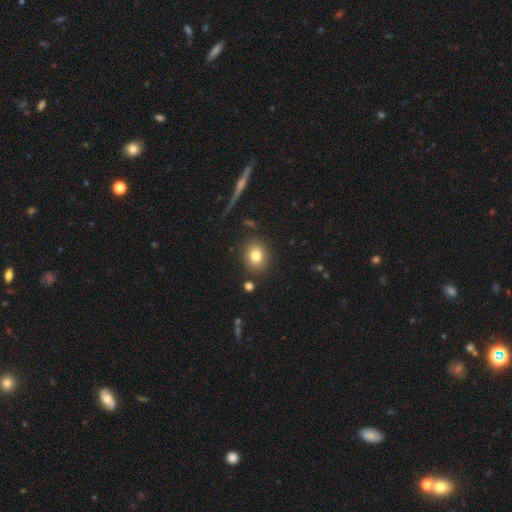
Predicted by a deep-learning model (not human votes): This appears to be a smooth galaxy with no disk features (80%) that is round (57%). Merging: none (86%).